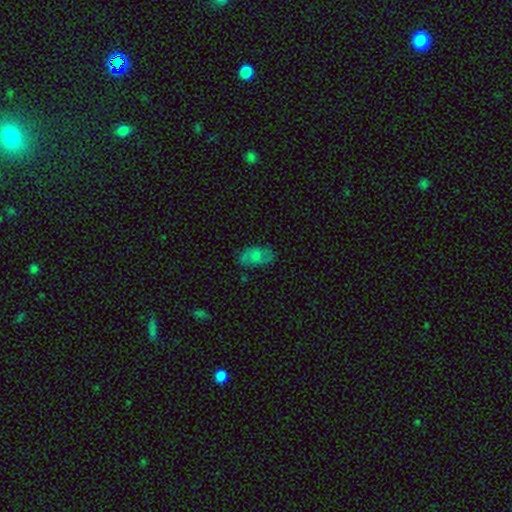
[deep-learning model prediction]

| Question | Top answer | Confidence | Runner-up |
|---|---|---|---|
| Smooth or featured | smooth | 57% | featured or disk (35%) |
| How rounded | in between | 91% | round (7%) |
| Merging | none | 71% | minor disturbance (20%) |